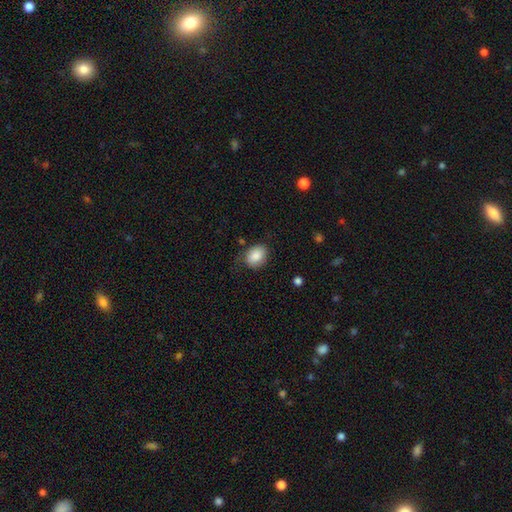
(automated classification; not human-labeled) This is clearly a smooth galaxy (85%). How rounded: likely in between (63%). Merging: likely none (66%).